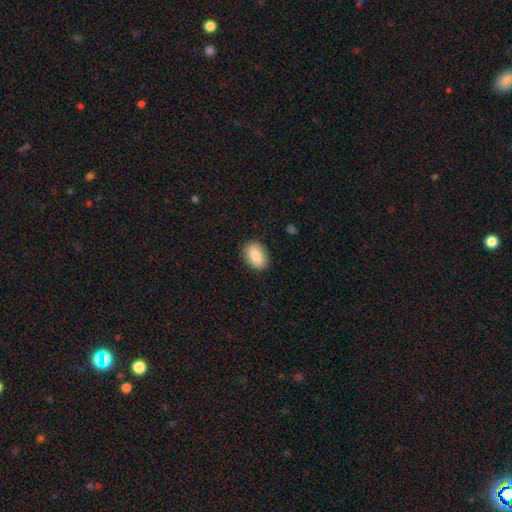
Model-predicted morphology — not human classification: This appears to be a smooth galaxy with no disk features (83%) that is in between round and cigar-shaped (80%). Merging: none (87%).